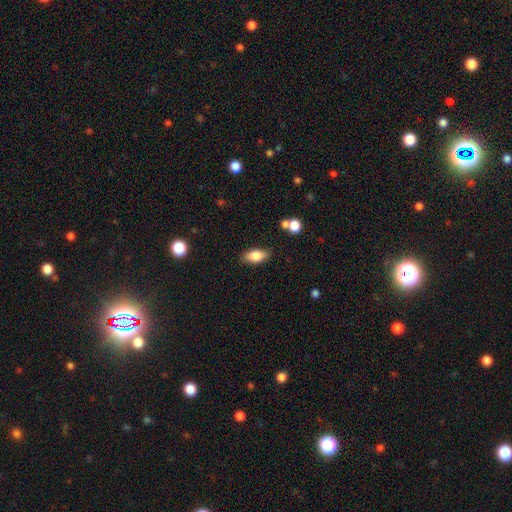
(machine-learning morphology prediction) Smooth or featured? smooth (82%)
How rounded? in between (88%)
Merging? none (82%)